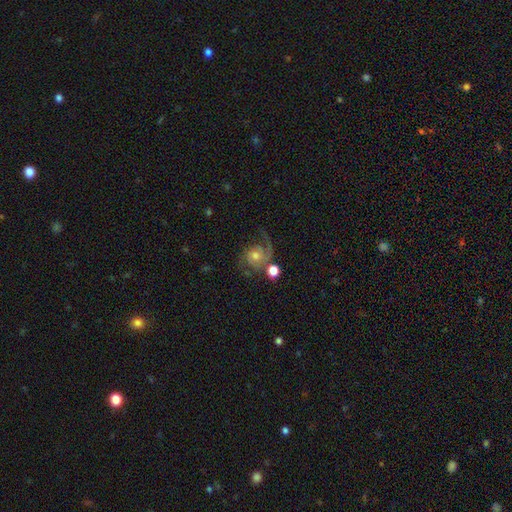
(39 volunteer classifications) smooth_or_featured: featured or disk (p=0.87) [alt: star or artifact p=0.08]
disk_edge_on: no (p=1.00)
bar: no (p=0.76) [alt: weak p=0.21]
has_spiral_arms: yes (p=0.94) [alt: no p=0.06]
spiral_winding: medium (p=0.53) [alt: loose p=0.38]
spiral_arm_count: 1 (p=0.53) [alt: 2 p=0.44]
bulge_size: moderate (p=0.74) [alt: small p=0.24]
merging: none (p=0.50) [alt: major disturbance p=0.28]